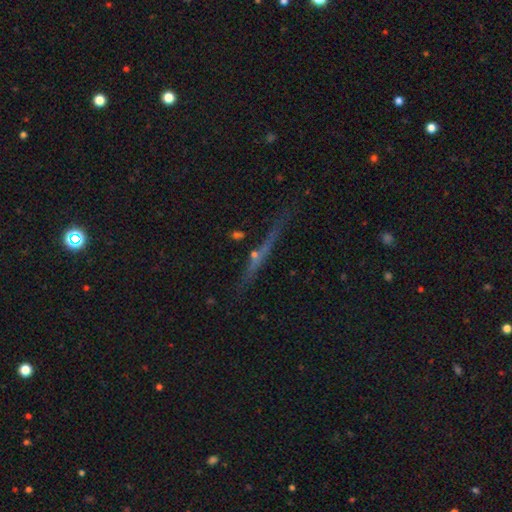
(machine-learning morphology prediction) smooth-or-featured: featured or disk: 57% | smooth: 23% | star or artifact: 20%
  disk-edge-on: yes: 90% | no: 10%
    edge-on-bulge: rounded: 53% | none: 40% | boxy: 7%
  merging: none: 79% | minor disturbance: 12% | merger: 5% | major disturbance: 4%